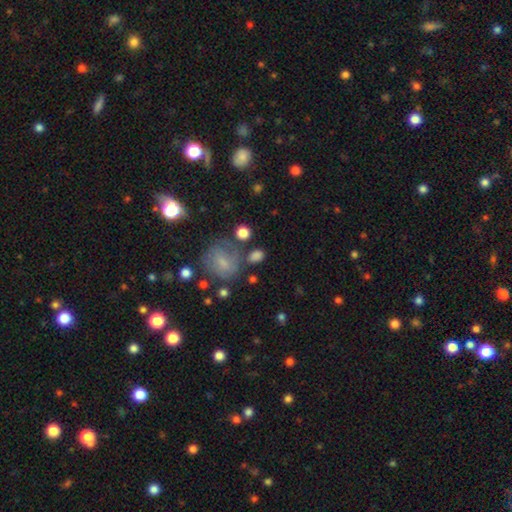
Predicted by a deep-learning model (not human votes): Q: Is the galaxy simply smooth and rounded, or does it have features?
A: smooth — 75%.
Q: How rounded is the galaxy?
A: round — 54%.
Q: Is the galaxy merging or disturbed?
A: none — 66%.